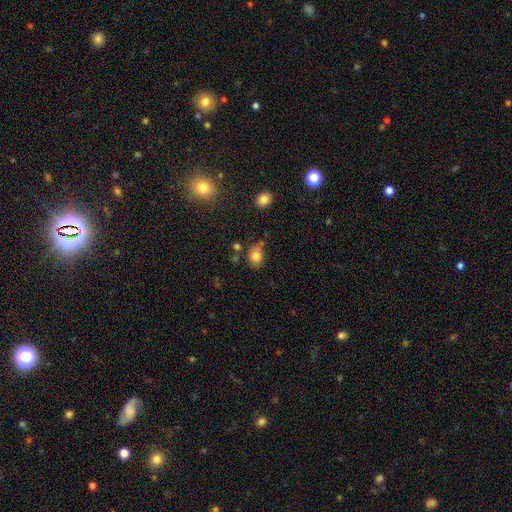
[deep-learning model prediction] Smooth or featured? smooth (81%)
How rounded? round (52%)
Merging? none (64%)